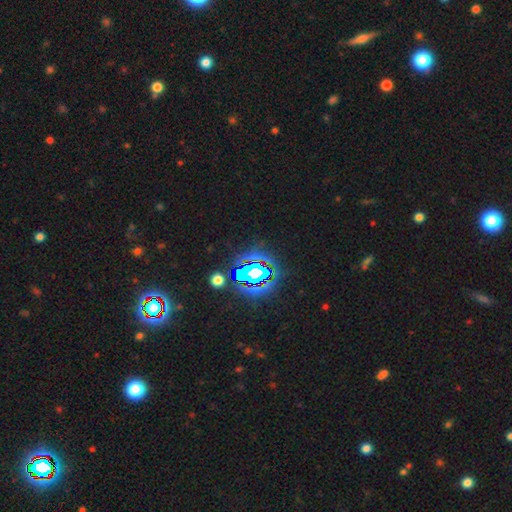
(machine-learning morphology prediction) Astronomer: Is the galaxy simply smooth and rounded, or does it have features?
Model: star or artifact — 84%.